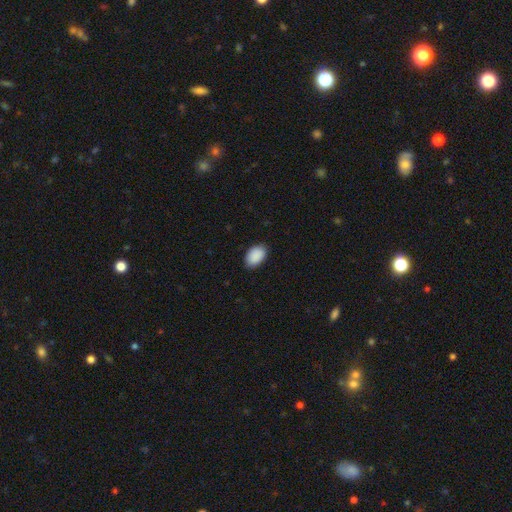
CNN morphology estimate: smooth_or_featured: smooth (p=0.91) [alt: star or artifact p=0.06]
how_rounded: in between (p=0.92) [alt: round p=0.07]
merging: none (p=0.86) [alt: minor disturbance p=0.11]